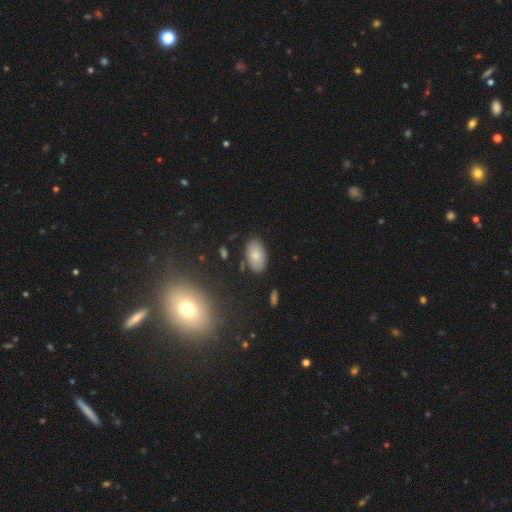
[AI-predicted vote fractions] Smooth or featured?
  - smooth: 77% *
  - featured or disk: 13%
  - star or artifact: 10%
How rounded?
  - in between: 94% *
  - round: 5%
  - cigar-shaped: 2%
Merging?
  - none: 84% *
  - minor disturbance: 11%
  - major disturbance: 3%
  - merger: 2%